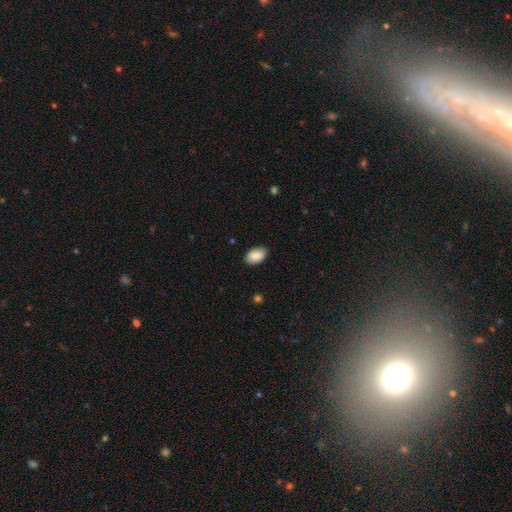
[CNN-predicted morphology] smooth-or-featured: smooth: 86% | featured or disk: 7% | star or artifact: 7%
  how-rounded: in between: 93% | round: 6% | cigar-shaped: 1%
  merging: none: 87% | minor disturbance: 10% | major disturbance: 2% | merger: 1%